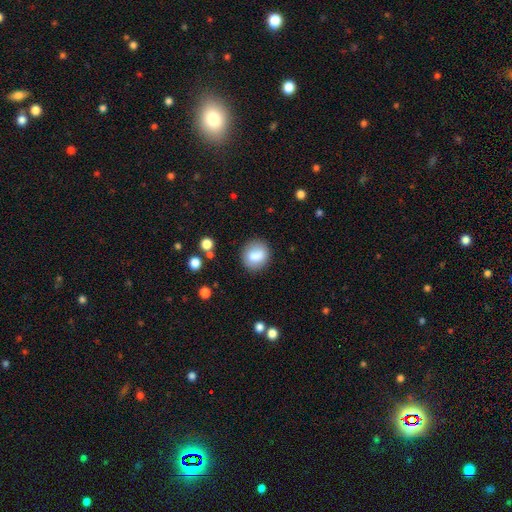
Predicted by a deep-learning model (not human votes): Smooth or featured? Predicted: smooth (p=0.81). How rounded? Predicted: round (p=0.74). Merging? Predicted: none (p=0.80).